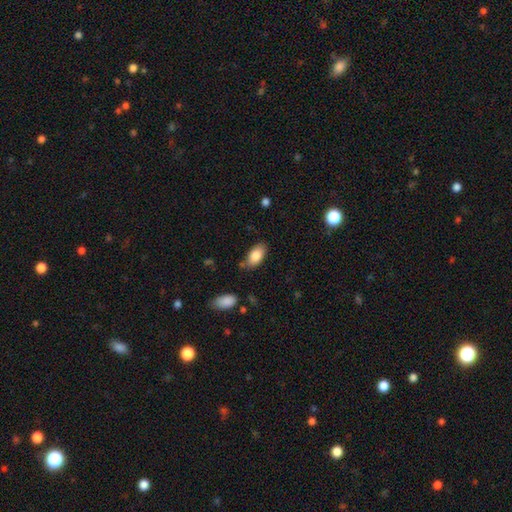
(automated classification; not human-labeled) The model was most divided on "merging": none: 75%, minor disturbance: 17%, merger: 4%, major disturbance: 4%. More confident: how rounded — in between (93%); smooth or featured — smooth (85%).